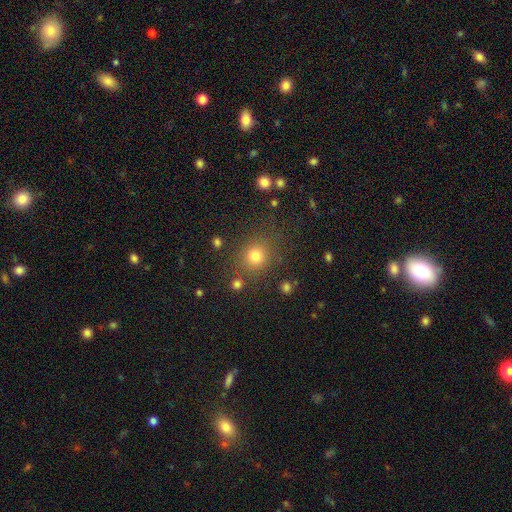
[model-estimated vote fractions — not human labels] A smooth galaxy with no disk features (78%) that is round (84%).

Vote fractions:
- Smooth or featured? smooth: 78% / star or artifact: 15% / featured or disk: 6%
- How rounded? round: 84% / in between: 14% / cigar-shaped: 1%
- Merging? none: 79% / minor disturbance: 11% / merger: 5% / major disturbance: 5%